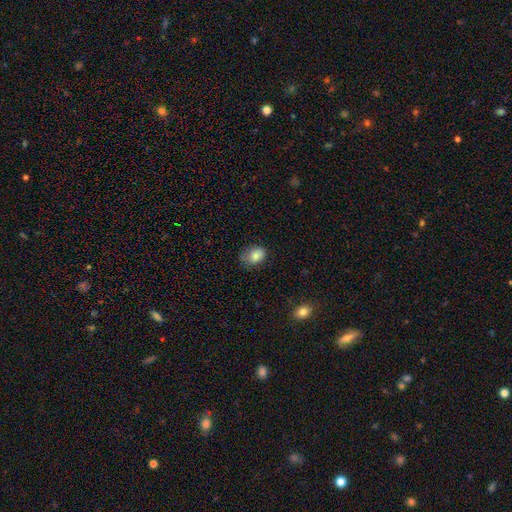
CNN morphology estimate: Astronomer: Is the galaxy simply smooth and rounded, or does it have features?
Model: smooth — 80%.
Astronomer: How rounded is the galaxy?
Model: in between — 62% (runner-up: round, 37%).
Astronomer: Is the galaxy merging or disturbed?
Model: none — 57%.